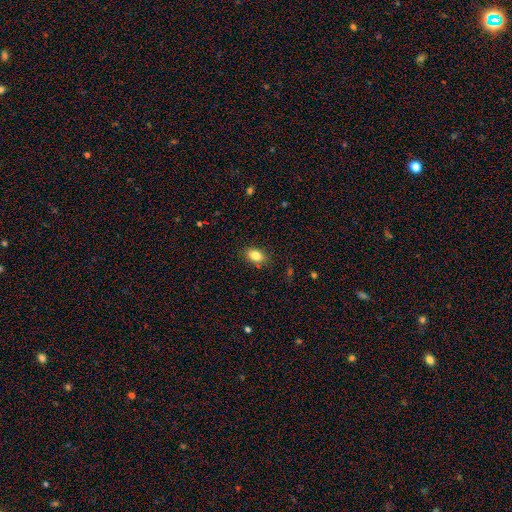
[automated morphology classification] A smooth galaxy with no disk features (84%) that is in between round and cigar-shaped (83%).

Vote fractions:
- Smooth or featured? smooth: 84% / star or artifact: 9% / featured or disk: 7%
- How rounded? in between: 83% / round: 15% / cigar-shaped: 2%
- Merging? none: 85% / minor disturbance: 11% / major disturbance: 3% / merger: 1%